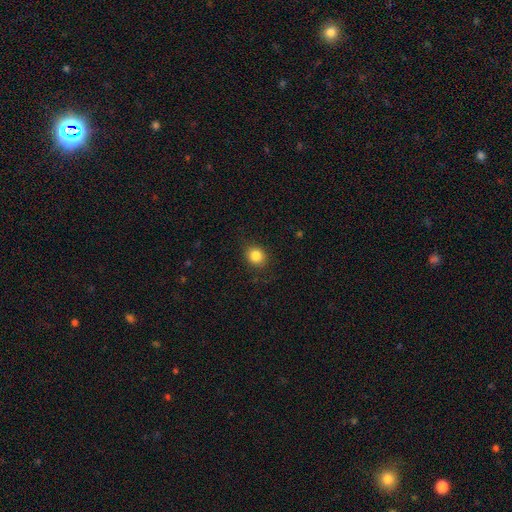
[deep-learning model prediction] smooth_or_featured: smooth (p=0.85) [alt: star or artifact p=0.10]
how_rounded: round (p=0.74) [alt: in between p=0.25]
merging: none (p=0.87) [alt: minor disturbance p=0.10]